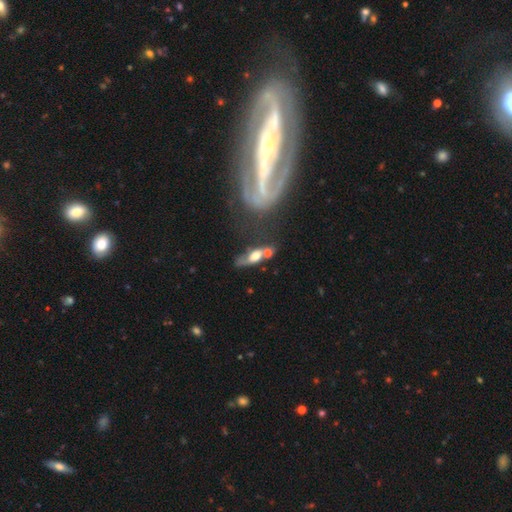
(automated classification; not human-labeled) Overall: smooth (46%, tied with featured or disk). Merging: none (38%; merger 24%).